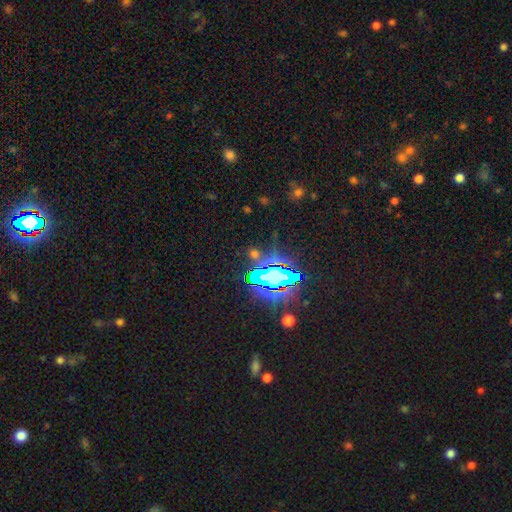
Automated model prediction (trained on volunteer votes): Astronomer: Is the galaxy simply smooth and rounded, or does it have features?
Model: star or artifact — 68%.